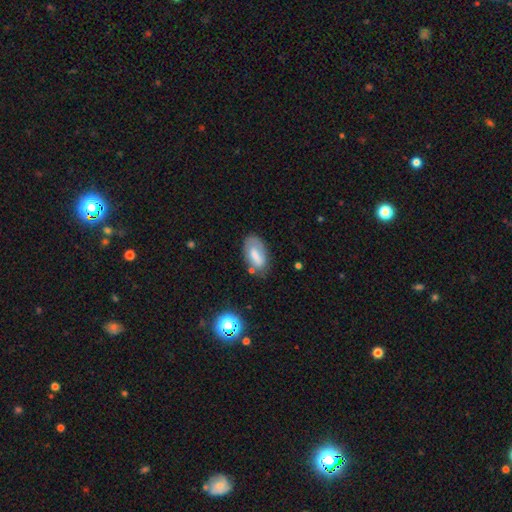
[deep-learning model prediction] Smooth or featured? smooth (68%)
How rounded? in between (91%)
Merging? none (61%)